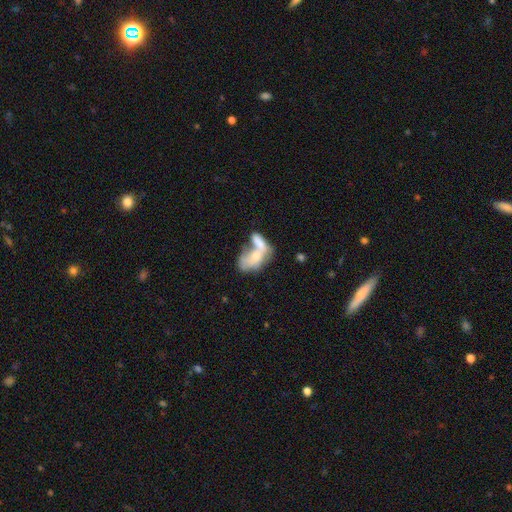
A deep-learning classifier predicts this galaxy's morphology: smooth 57%, featured or disk 36%, star or artifact 7%. Down the decision tree: how rounded — in between (86%); merging — merger (67%).